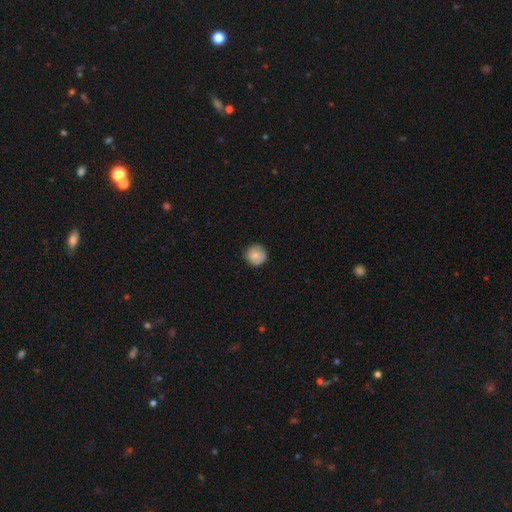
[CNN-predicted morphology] Smooth or featured?
  - smooth: 79% *
  - featured or disk: 14%
  - star or artifact: 7%
How rounded?
  - round: 94% *
  - in between: 5%
  - cigar-shaped: 1%
Merging?
  - none: 85% *
  - minor disturbance: 12%
  - major disturbance: 2%
  - merger: 1%